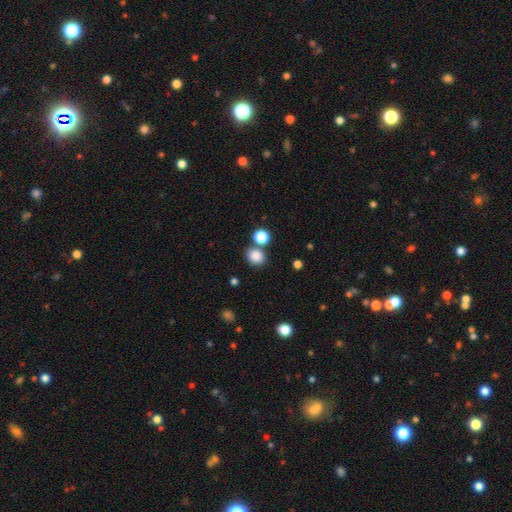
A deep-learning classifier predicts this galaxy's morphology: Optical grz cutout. It shows a smooth galaxy with no disk features (85%) that is round (69%). Merging: none (71%).